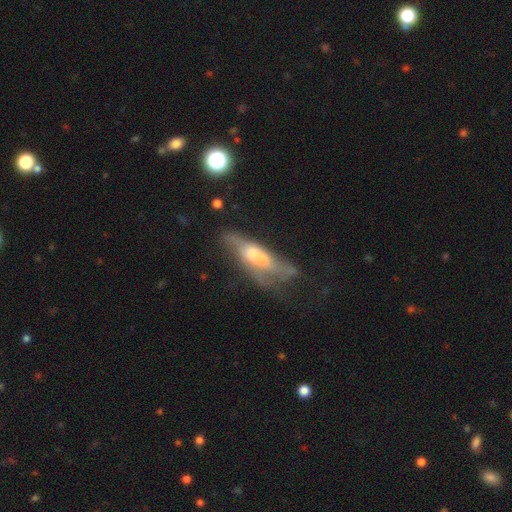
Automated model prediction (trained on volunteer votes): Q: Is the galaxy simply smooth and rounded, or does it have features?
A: featured or disk — 55%.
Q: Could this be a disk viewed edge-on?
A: no — 59%.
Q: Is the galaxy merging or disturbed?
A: none — 31%.